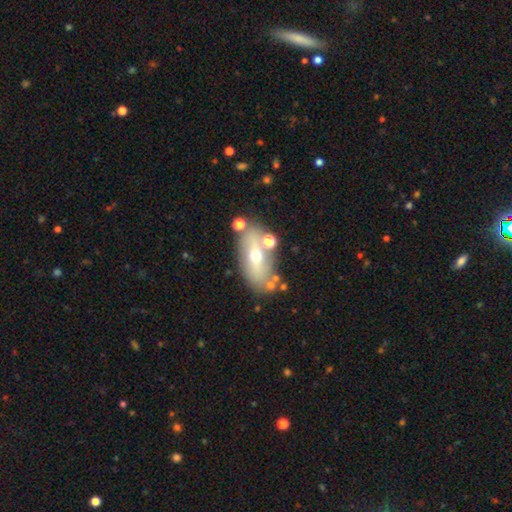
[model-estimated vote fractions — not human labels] Smooth or featured? Predicted: smooth (p=0.46). Merging? Predicted: none (p=0.70).